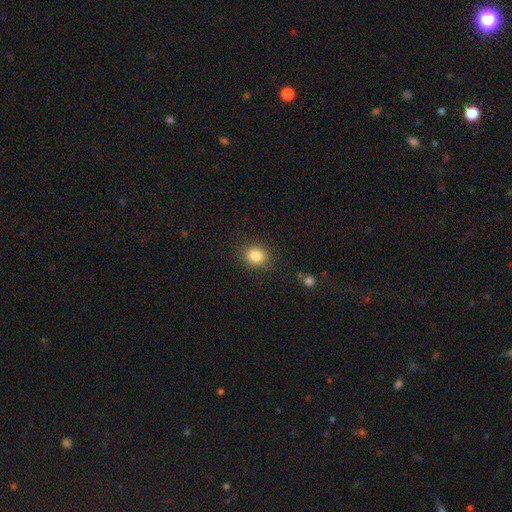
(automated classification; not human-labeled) The model was most divided on "how rounded": round: 67%, in between: 32%, cigar-shaped: 1%. More confident: merging — none (88%); smooth or featured — smooth (84%).